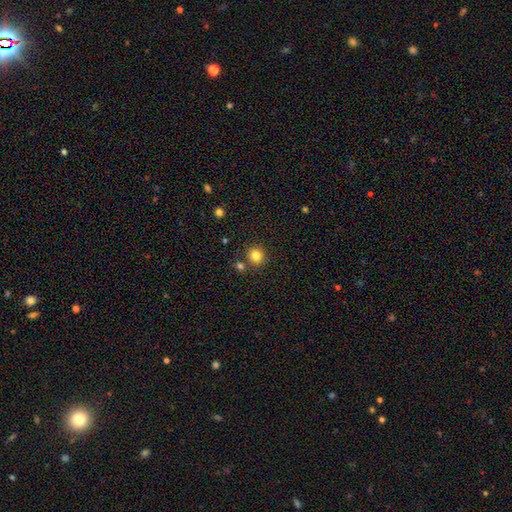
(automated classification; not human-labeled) Smooth or featured? smooth (82%)
How rounded? round (87%)
Merging? none (81%)